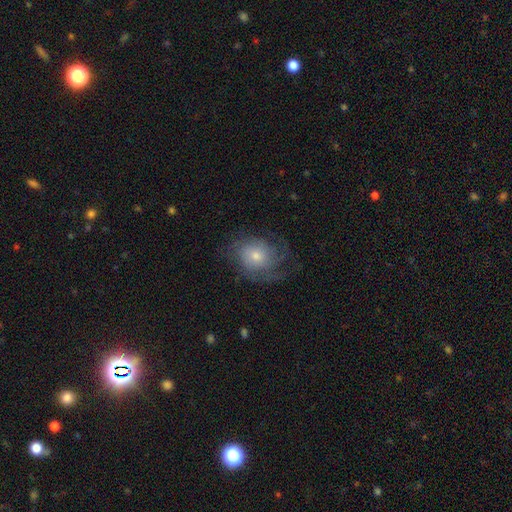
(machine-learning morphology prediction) A featured or disk galaxy (64%) with no bar (80%), tight (46%) spiral arms (88%) and a moderate central bulge (48%).

Vote fractions:
- Smooth or featured? featured or disk: 64% / smooth: 27% / star or artifact: 9%
- Edge-on disk? no: 97% / yes: 3%
- Bar? no: 80% / weak: 17% / strong: 3%
- Spiral arms? yes: 88% / no: 12%
- Spiral winding? tight: 46% / medium: 37% / loose: 17%
- Spiral arm count? can't tell: 39% / 3: 21% / 2: 17% / 4: 10% / 1: 7% / more than 4: 6%
- Bulge size? moderate: 48% / small: 42% / large: 7% / none: 2% / dominant: 1%
- Merging? none: 65% / minor disturbance: 18% / major disturbance: 16% / merger: 1%